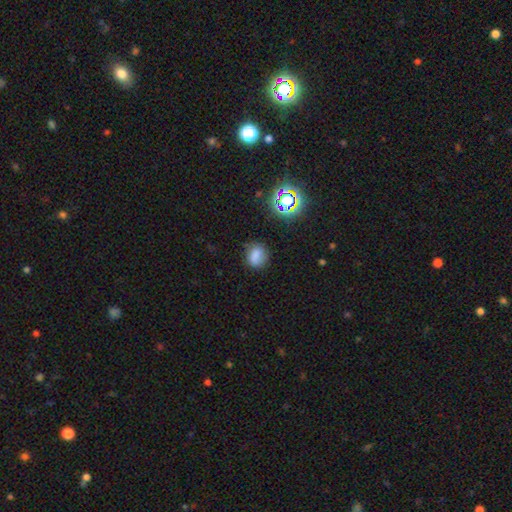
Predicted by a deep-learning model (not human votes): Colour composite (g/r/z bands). It shows a smooth galaxy with no disk features (74%) that is round (57%). Merging: none (71%).